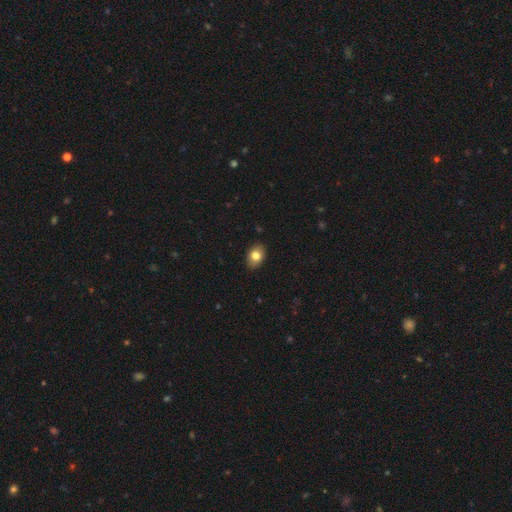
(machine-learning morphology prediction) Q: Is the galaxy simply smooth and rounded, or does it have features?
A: smooth — 79%.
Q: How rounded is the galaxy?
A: in between — 80%.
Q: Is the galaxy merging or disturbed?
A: none — 87%.